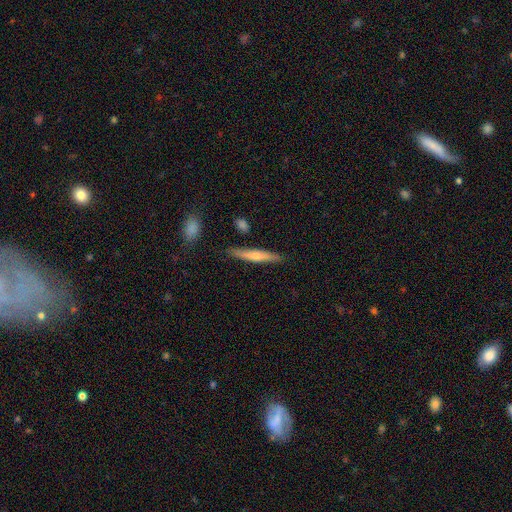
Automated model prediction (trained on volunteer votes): A smooth galaxy with no disk features (53%) that is cigar-shaped (92%). Merging: none (85%).